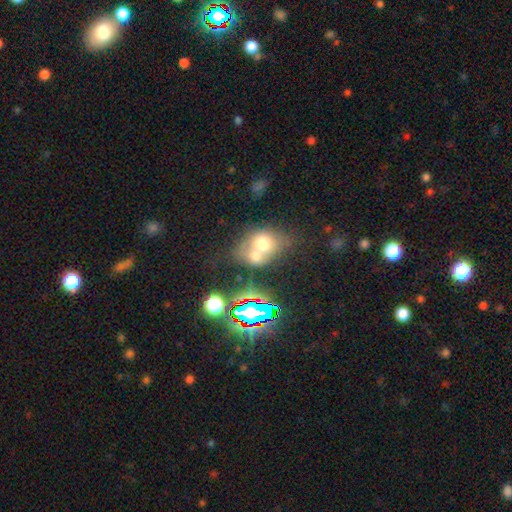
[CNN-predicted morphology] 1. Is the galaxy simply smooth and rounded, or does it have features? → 61% smooth, 22% featured or disk, 18% star or artifact.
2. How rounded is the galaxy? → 55% round, 44% in between, 1% cigar-shaped.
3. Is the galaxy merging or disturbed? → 61% merger, 25% none, 8% minor disturbance, 6% major disturbance.